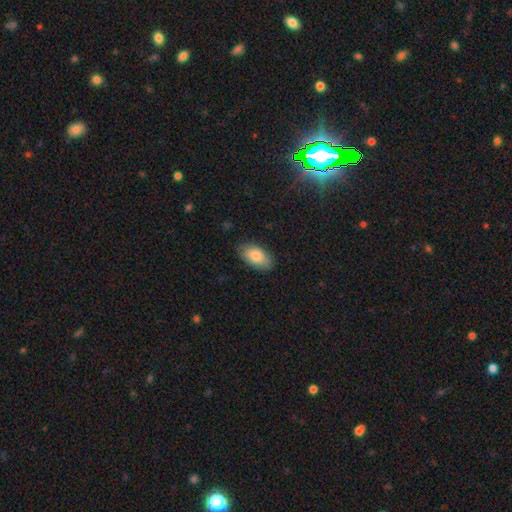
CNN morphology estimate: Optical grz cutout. It shows a smooth galaxy with no disk features (81%) that is in between round and cigar-shaped (93%). Merging: none (79%).